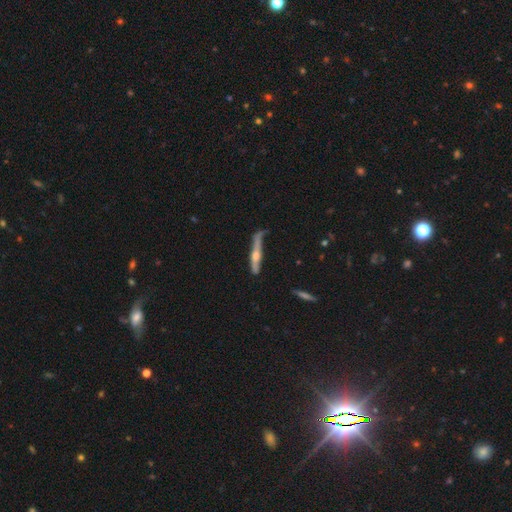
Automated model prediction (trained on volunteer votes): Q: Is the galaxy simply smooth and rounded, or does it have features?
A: featured or disk — 68%.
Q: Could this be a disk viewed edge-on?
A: yes — 91%.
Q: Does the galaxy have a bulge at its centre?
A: rounded — 88%.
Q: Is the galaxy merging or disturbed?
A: none — 59%.